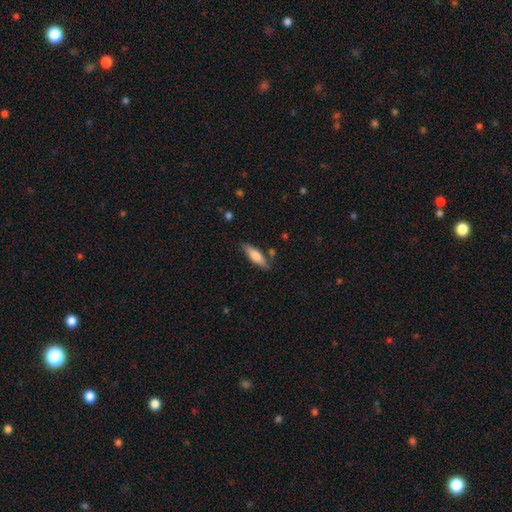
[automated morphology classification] A smooth galaxy with no disk features (60%) that is cigar-shaped (62%).

Vote fractions:
- Smooth or featured? smooth: 60% / featured or disk: 33% / star or artifact: 6%
- How rounded? cigar-shaped: 62% / in between: 36% / round: 2%
- Merging? none: 78% / minor disturbance: 14% / merger: 4% / major disturbance: 3%